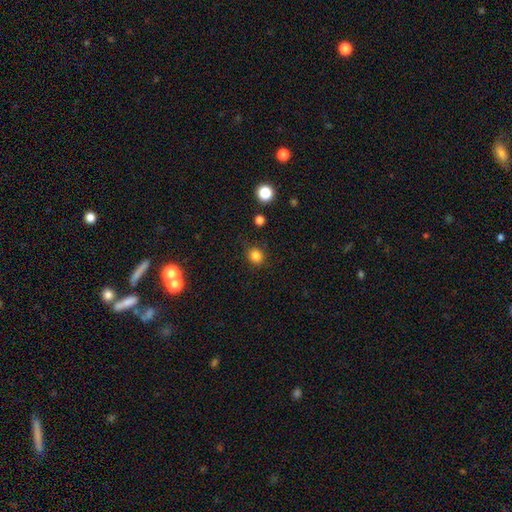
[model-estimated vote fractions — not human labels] Q: Smooth or featured?
A: smooth (83%); runner-up: star or artifact (13%)
Q: How rounded?
A: round (78%); runner-up: in between (21%)
Q: Merging?
A: none (86%); runner-up: minor disturbance (10%)